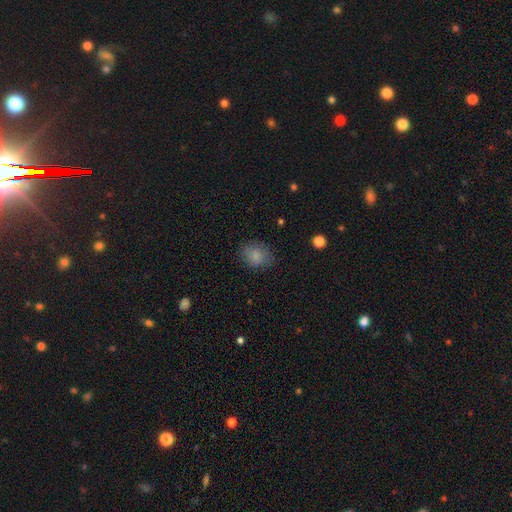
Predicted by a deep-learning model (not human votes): Morphology: type=smooth (84%); roundness=round (50%); merging=none (76%).